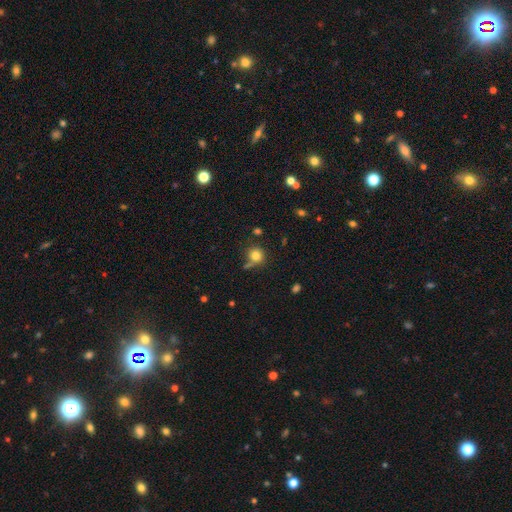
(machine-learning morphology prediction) A smooth galaxy with no disk features (79%) that is round (87%).

Vote fractions:
- Smooth or featured? smooth: 79% / star or artifact: 12% / featured or disk: 8%
- How rounded? round: 87% / in between: 11% / cigar-shaped: 1%
- Merging? none: 68% / minor disturbance: 14% / merger: 12% / major disturbance: 6%